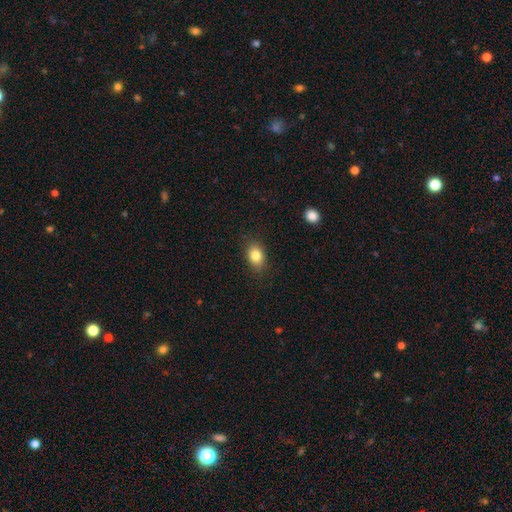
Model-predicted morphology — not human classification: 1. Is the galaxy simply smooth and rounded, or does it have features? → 84% smooth, 9% star or artifact, 7% featured or disk.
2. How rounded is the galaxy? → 73% in between, 25% round, 2% cigar-shaped.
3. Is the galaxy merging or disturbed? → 86% none, 11% minor disturbance, 3% major disturbance, 1% merger.